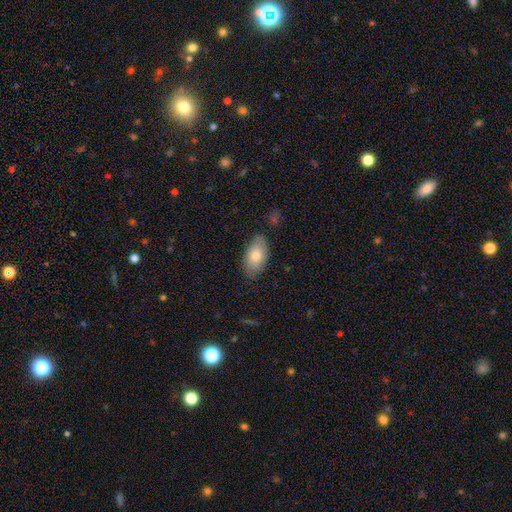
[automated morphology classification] smooth_or_featured: smooth (p=0.75) [alt: featured or disk p=0.18]
how_rounded: in between (p=0.94) [alt: round p=0.04]
merging: none (p=0.79) [alt: minor disturbance p=0.17]